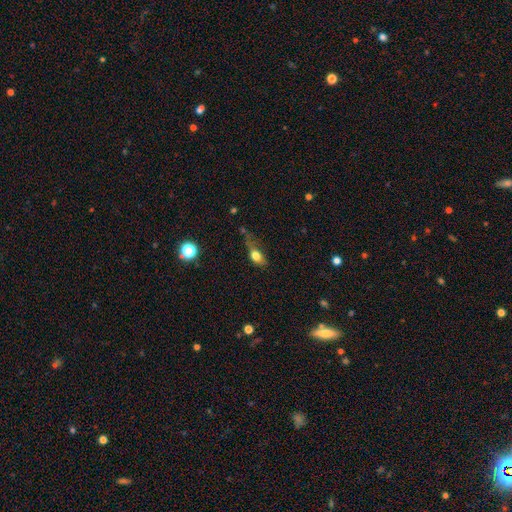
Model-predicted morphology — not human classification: smooth 73%, featured or disk 17%, star or artifact 10%. Down the decision tree: how rounded — in between (71%); merging — none (32%).